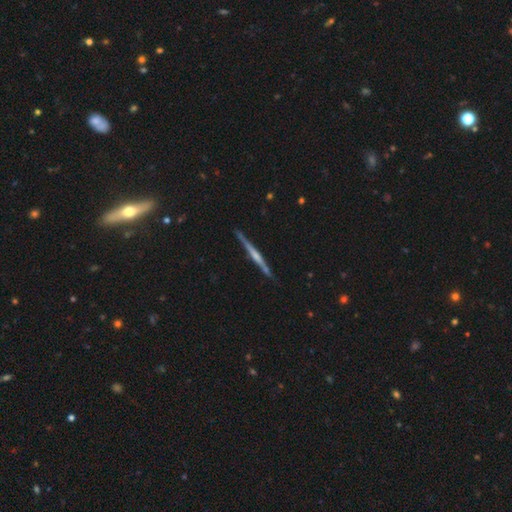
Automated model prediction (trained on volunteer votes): Q: Smooth or featured?
A: featured or disk (74%); runner-up: smooth (20%)
Q: Edge-on disk?
A: yes (98%); runner-up: no (2%)
Q: Edge-on bulge?
A: rounded (47%); runner-up: none (37%)
Q: Merging?
A: none (87%); runner-up: minor disturbance (10%)